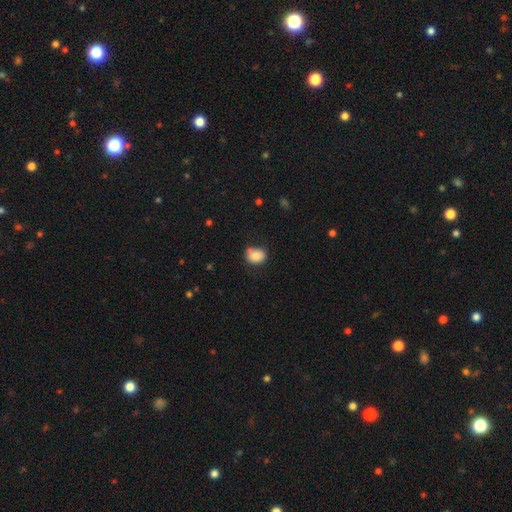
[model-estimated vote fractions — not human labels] Smooth or featured: smooth — 81% (featured or disk — 10%)
How rounded: in between — 51% (round — 48%)
Merging: none — 63% (minor disturbance — 25%)